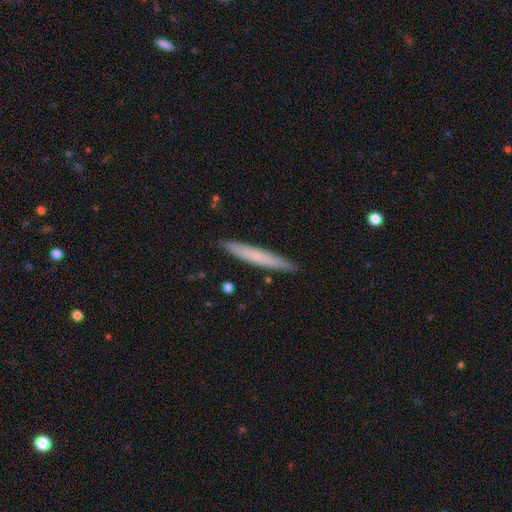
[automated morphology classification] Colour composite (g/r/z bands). It shows a smooth galaxy with no disk features (67%) that is cigar-shaped (95%). Merging: none (90%).